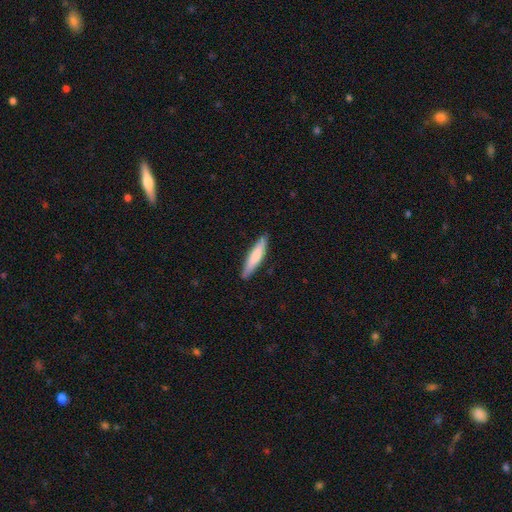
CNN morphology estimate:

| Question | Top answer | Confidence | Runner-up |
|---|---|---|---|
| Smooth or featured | smooth | 73% | featured or disk (22%) |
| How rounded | cigar-shaped | 86% | in between (13%) |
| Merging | none | 88% | minor disturbance (9%) |